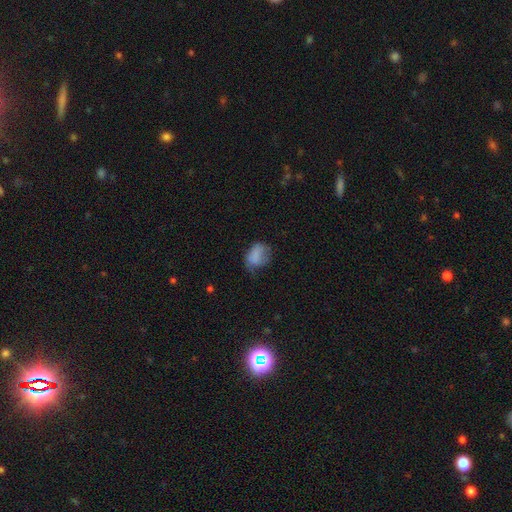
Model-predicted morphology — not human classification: This appears to be a smooth galaxy with no disk features (76%) that is in between round and cigar-shaped (74%). Merging: none (37%).